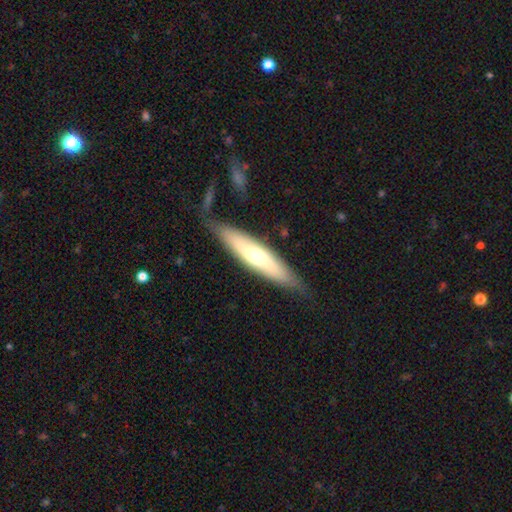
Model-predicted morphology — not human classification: smooth_or_featured: featured or disk (p=0.49) [alt: smooth p=0.45]
merging: none (p=0.74) [alt: minor disturbance p=0.18]